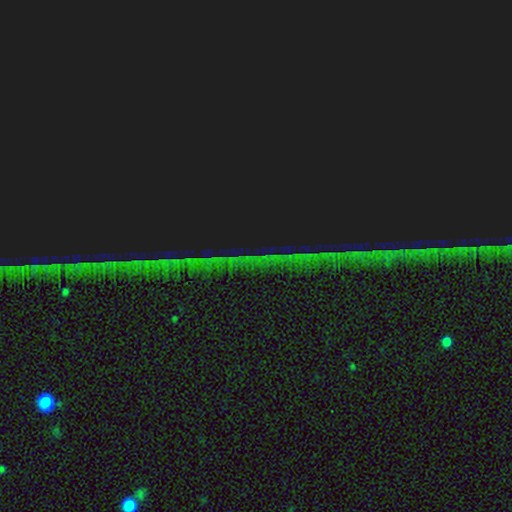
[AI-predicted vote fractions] Smooth or featured? star or artifact (86%)